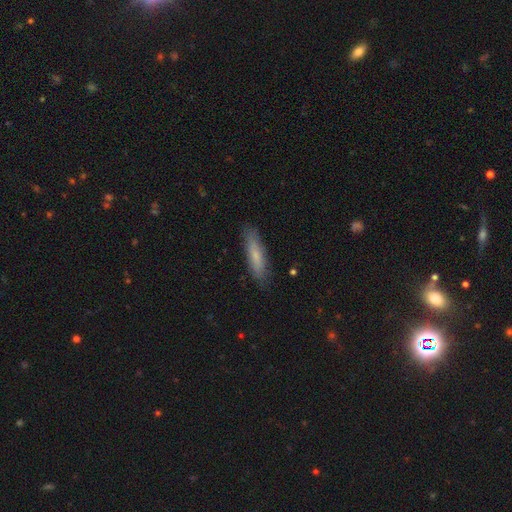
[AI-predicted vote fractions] Smooth or featured?
  - smooth: 71% *
  - featured or disk: 23%
  - star or artifact: 6%
How rounded?
  - cigar-shaped: 77% *
  - in between: 21%
  - round: 2%
Merging?
  - none: 84% *
  - minor disturbance: 12%
  - major disturbance: 2%
  - merger: 1%